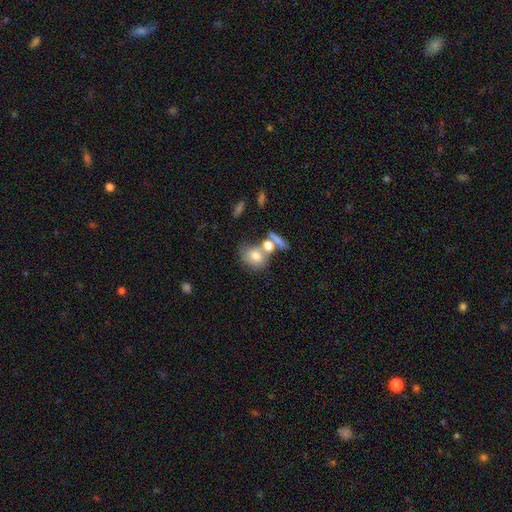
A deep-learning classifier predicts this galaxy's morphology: type=smooth (71%); roundness=in between (56%); merging=merger (41%).